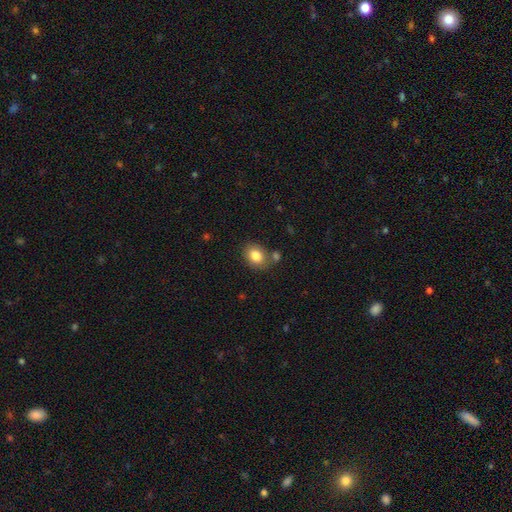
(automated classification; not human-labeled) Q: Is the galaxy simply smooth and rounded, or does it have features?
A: smooth — 84%.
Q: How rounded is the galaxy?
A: in between — 57%.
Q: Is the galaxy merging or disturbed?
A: none — 73%.